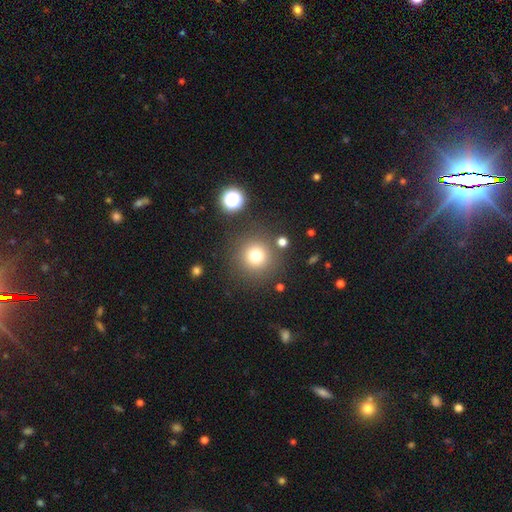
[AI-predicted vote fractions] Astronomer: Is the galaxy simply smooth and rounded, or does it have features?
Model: smooth — 76%.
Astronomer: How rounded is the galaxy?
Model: round — 95%.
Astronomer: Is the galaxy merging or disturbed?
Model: none — 85%.